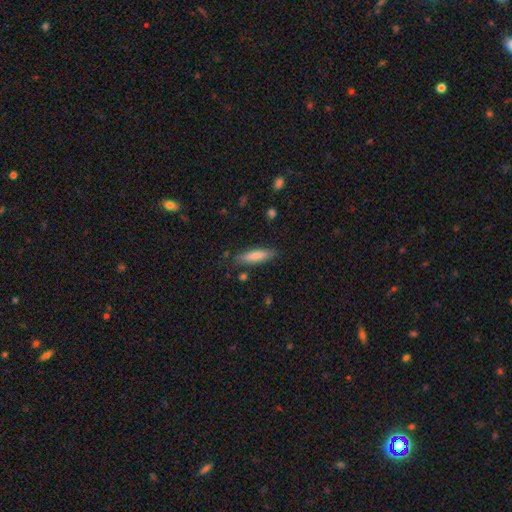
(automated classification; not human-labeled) Overall: smooth (75%). How rounded: cigar-shaped (69%; in between 30%). Merging: none (83%).